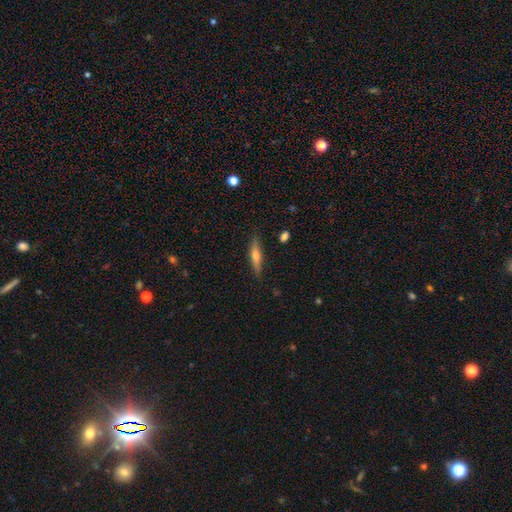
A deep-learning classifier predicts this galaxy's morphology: Q: Smooth or featured?
A: smooth (47%); runner-up: featured or disk (46%)
Q: Merging?
A: none (85%); runner-up: minor disturbance (11%)